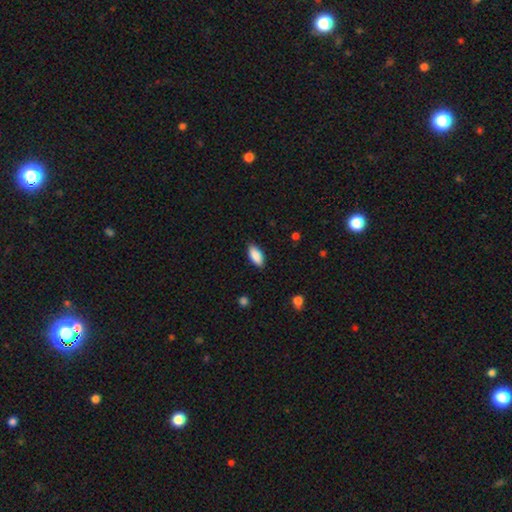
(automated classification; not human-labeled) smooth 87%, featured or disk 7%, star or artifact 6%. Down the decision tree: how rounded — in between (87%); merging — none (86%).